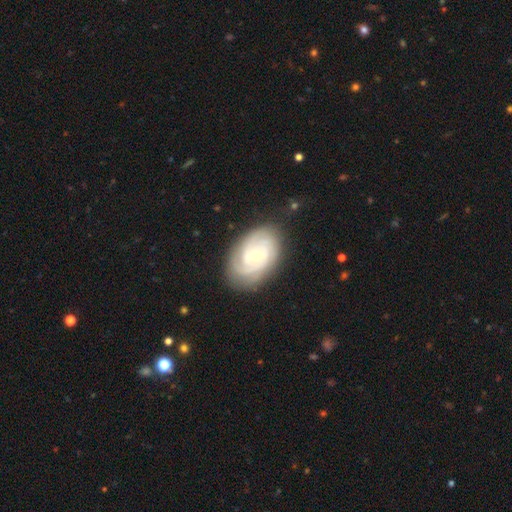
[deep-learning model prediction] Overall: featured or disk (80%). Edge-on disk: no (96%). Bar: weak (47%; no 39%). Spiral arms: yes (92%). Spiral arm count: can't tell (34%; 2 30%). Spiral winding: tight (70%). Bulge size: moderate (52%; small 44%). Merging: none (79%).